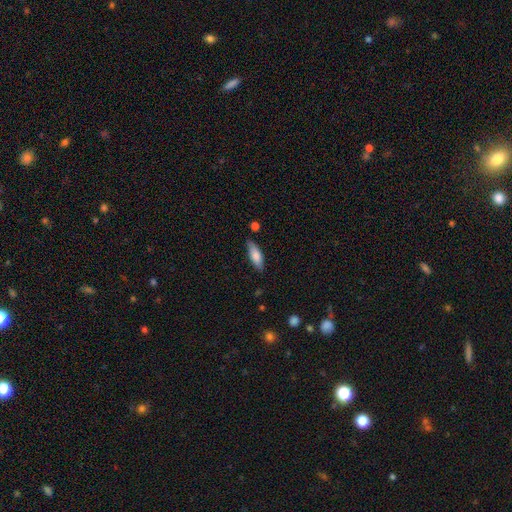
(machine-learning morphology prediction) This is likely a smooth galaxy (77%). How rounded: likely in between (66%). Merging: likely none (75%).